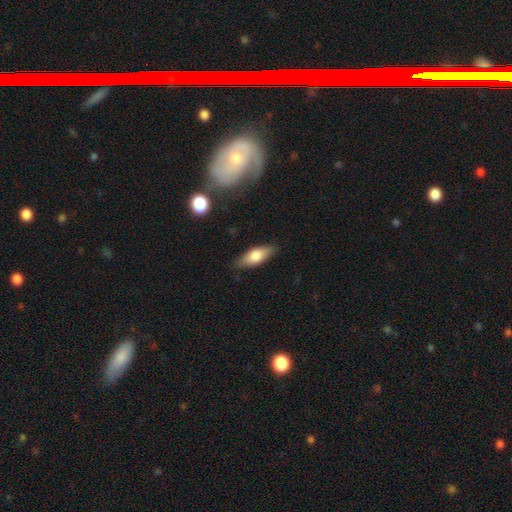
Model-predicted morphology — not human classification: smooth-or-featured: smooth: 73% | featured or disk: 20% | star or artifact: 6%
  how-rounded: in between: 74% | cigar-shaped: 23% | round: 3%
  merging: none: 83% | minor disturbance: 13% | major disturbance: 3% | merger: 1%